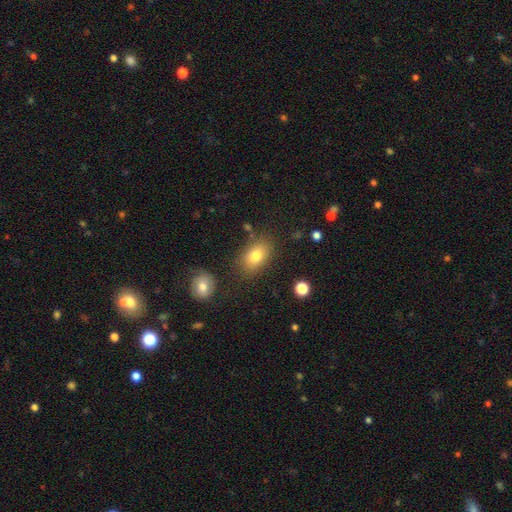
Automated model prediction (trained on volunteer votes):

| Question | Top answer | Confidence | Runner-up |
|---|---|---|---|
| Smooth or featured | smooth | 79% | featured or disk (11%) |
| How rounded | in between | 83% | round (15%) |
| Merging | none | 79% | minor disturbance (12%) |